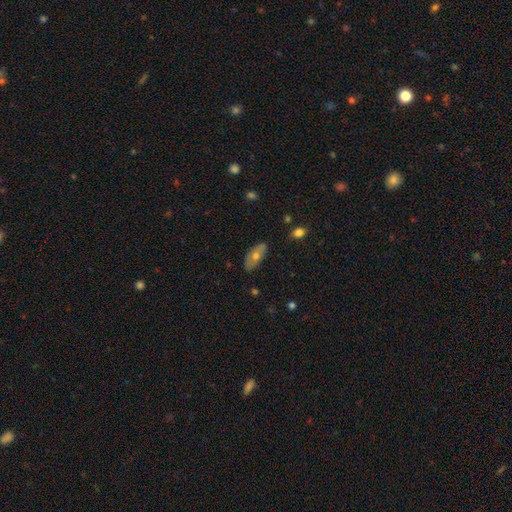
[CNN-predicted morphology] Q: Smooth or featured?
A: smooth (55%); runner-up: featured or disk (36%)
Q: How rounded?
A: in between (77%); runner-up: cigar-shaped (19%)
Q: Merging?
A: none (82%); runner-up: minor disturbance (14%)